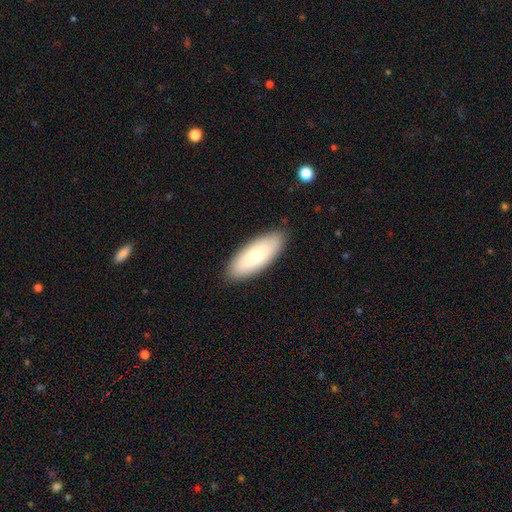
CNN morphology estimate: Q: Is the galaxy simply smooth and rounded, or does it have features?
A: smooth — 68%.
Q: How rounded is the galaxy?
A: in between — 79%.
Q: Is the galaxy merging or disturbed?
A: none — 88%.